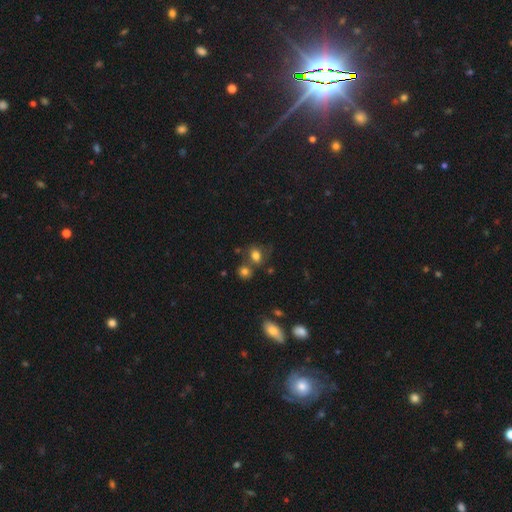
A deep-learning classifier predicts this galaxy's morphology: Smooth or featured? Predicted: smooth (p=0.75). How rounded? Predicted: in between (p=0.50). Merging? Predicted: none (p=0.53).